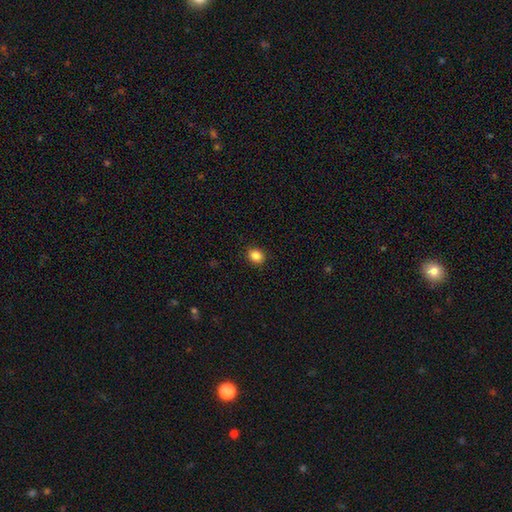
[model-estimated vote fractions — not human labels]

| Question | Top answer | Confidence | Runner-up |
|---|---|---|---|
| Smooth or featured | smooth | 85% | star or artifact (11%) |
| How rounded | round | 64% | in between (35%) |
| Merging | none | 90% | minor disturbance (7%) |